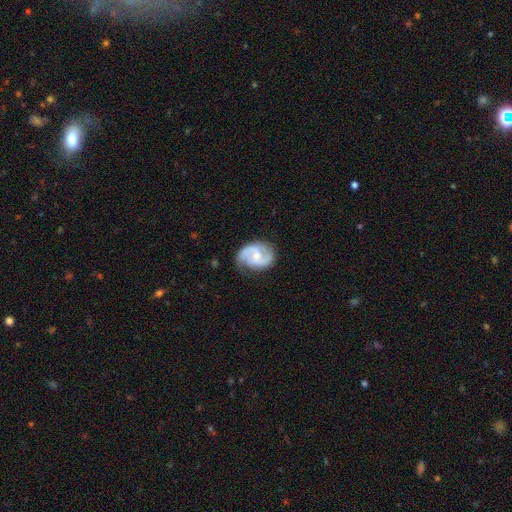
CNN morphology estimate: This appears to be a featured or disk galaxy (81%) with a weak bar (48%), 2 (87%) medium (51%) spiral arms (95%) and a moderate central bulge (48%). Merging: none (68%).